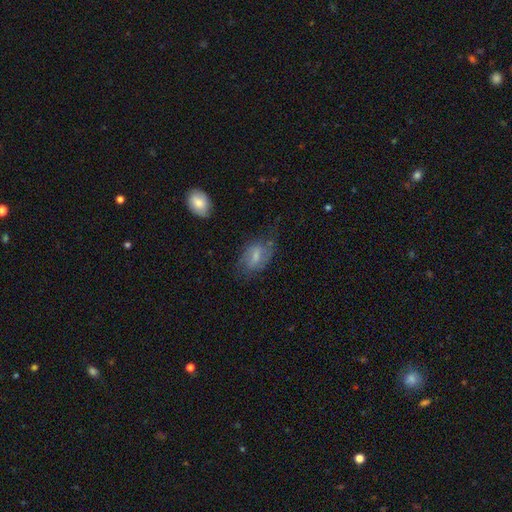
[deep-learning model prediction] Q: Smooth or featured?
A: smooth (47%); runner-up: featured or disk (45%)
Q: Merging?
A: none (52%); runner-up: minor disturbance (27%)